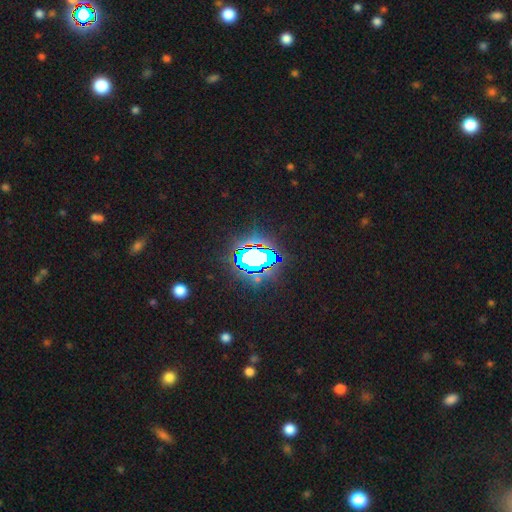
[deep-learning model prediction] Smooth or featured: star or artifact — 78% (smooth — 13%)